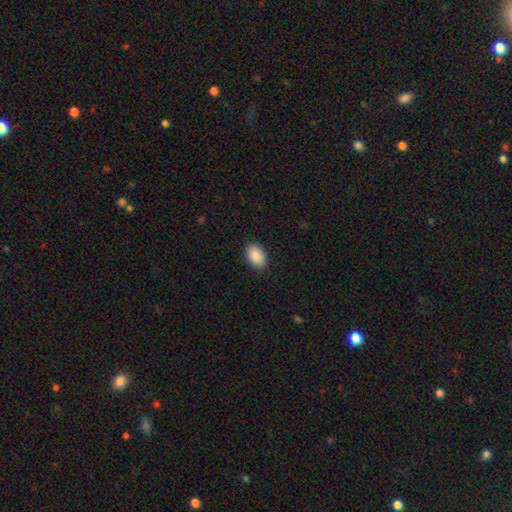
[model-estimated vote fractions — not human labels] smooth-or-featured: smooth: 90% | star or artifact: 7% | featured or disk: 3%
  how-rounded: in between: 87% | round: 12% | cigar-shaped: 1%
  merging: none: 89% | minor disturbance: 8% | major disturbance: 2% | merger: 1%